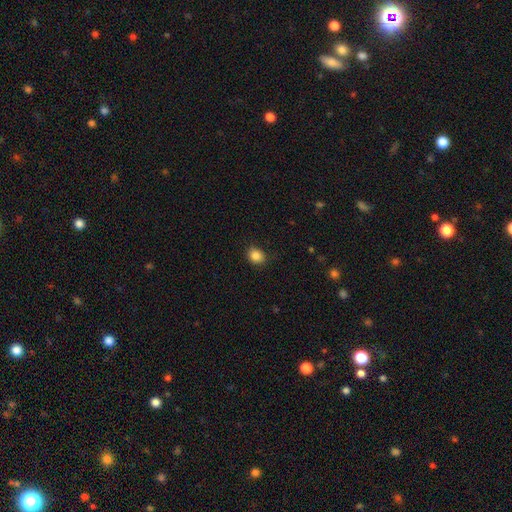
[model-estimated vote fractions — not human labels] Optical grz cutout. It shows a smooth galaxy with no disk features (85%) that is round (58%). Merging: none (81%).